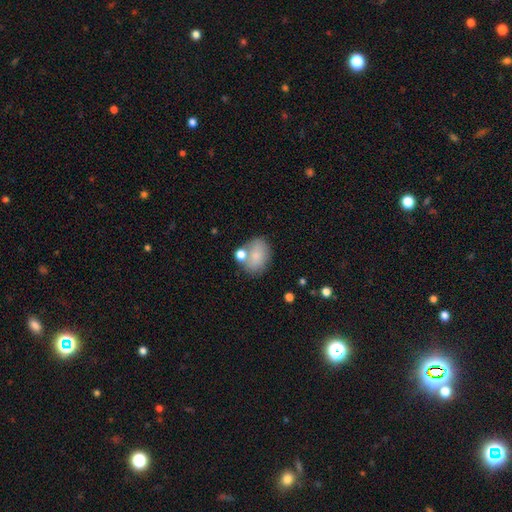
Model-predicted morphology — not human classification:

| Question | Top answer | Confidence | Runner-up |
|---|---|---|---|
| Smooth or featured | smooth | 78% | featured or disk (13%) |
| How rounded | in between | 66% | round (33%) |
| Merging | none | 54% | merger (21%) |